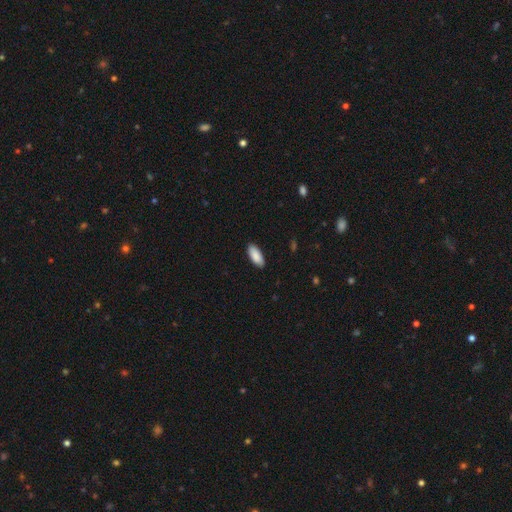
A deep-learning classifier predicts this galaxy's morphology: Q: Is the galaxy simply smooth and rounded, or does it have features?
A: smooth — 90%.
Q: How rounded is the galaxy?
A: in between — 87%.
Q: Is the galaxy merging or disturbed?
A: none — 89%.